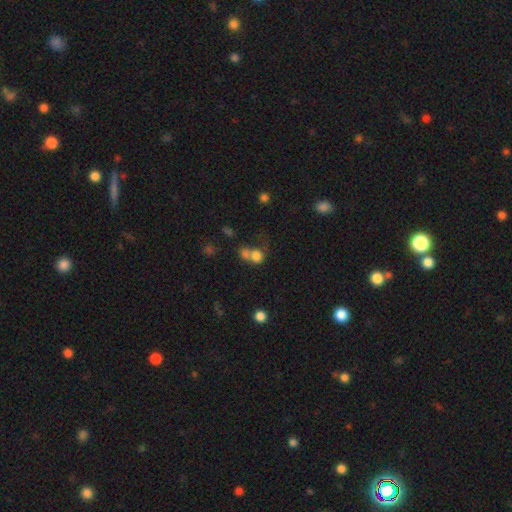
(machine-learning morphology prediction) A smooth galaxy with no disk features (74%) that is round (73%). Merging: merger (54%).